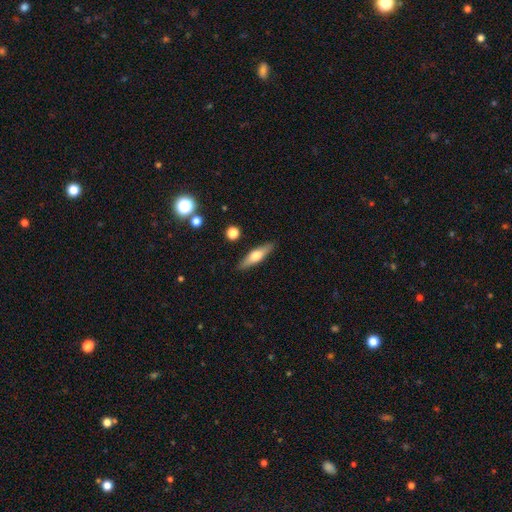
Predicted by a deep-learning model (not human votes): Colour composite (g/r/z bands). It shows a smooth galaxy with no disk features (53%) that is cigar-shaped (64%). Merging: none (88%).